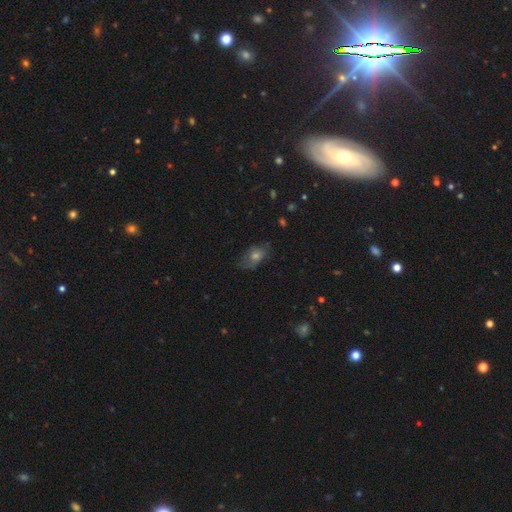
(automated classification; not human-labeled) Smooth or featured? smooth (52%)
How rounded? in between (73%)
Merging? none (57%)